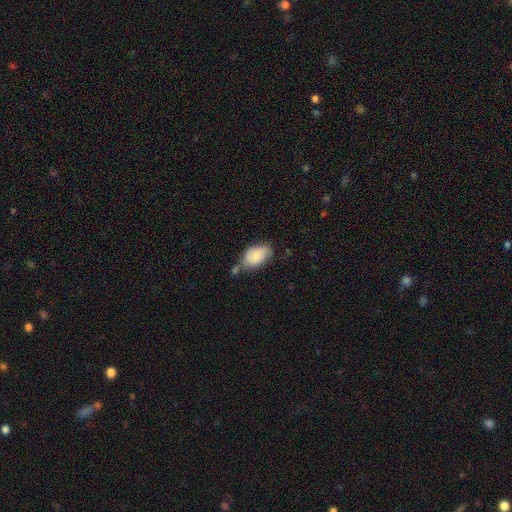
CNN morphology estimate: A smooth galaxy with no disk features (74%) that is in between round and cigar-shaped (91%).

Vote fractions:
- Smooth or featured? smooth: 74% / featured or disk: 19% / star or artifact: 7%
- How rounded? in between: 91% / round: 7% / cigar-shaped: 2%
- Merging? none: 52% / minor disturbance: 27% / merger: 15% / major disturbance: 7%